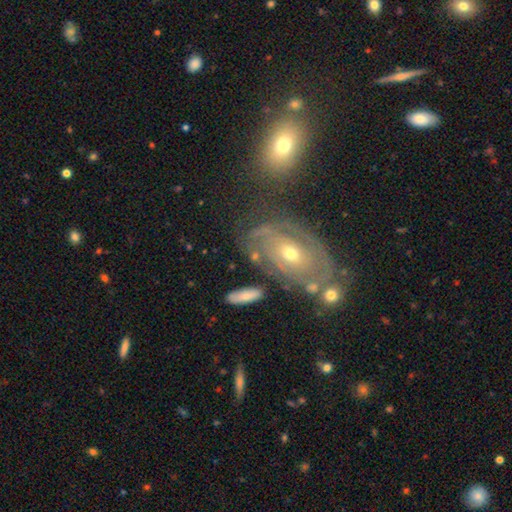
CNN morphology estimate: The model was most divided on "bulge size": moderate: 51%, small: 42%, large: 4%, none: 2%, dominant: 1%. More confident: edge-on disk — no (92%); spiral arms — yes (76%); bar — no (72%); smooth or featured — featured or disk (68%); merging — none (62%).